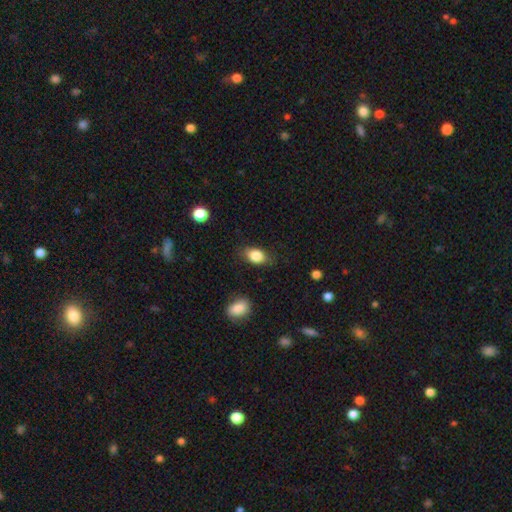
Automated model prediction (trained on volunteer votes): Q: Smooth or featured?
A: smooth (84%); runner-up: featured or disk (8%)
Q: How rounded?
A: in between (82%); runner-up: round (16%)
Q: Merging?
A: none (79%); runner-up: minor disturbance (16%)